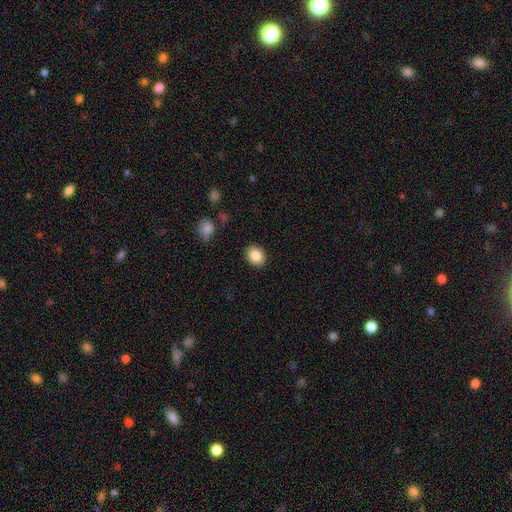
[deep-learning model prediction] This appears to be a smooth galaxy with no disk features (86%) that is round (50%). Merging: none (89%).